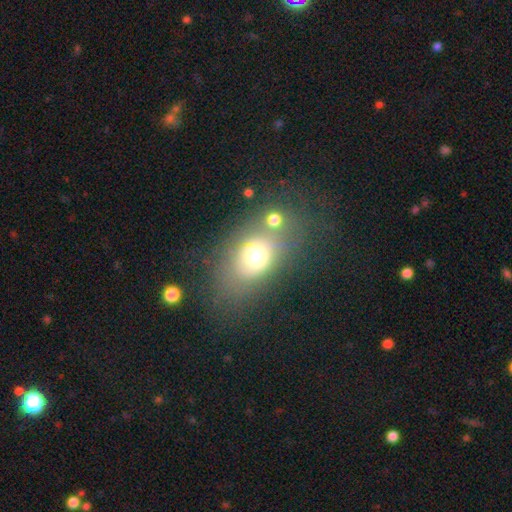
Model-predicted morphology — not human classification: Smooth or featured? Predicted: smooth (p=0.62). How rounded? Predicted: in between (p=0.73). Merging? Predicted: none (p=0.57).